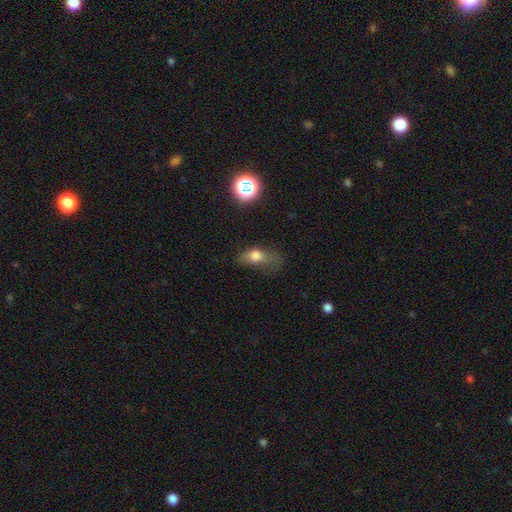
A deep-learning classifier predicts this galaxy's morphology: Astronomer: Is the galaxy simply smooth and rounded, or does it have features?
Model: smooth — 67%.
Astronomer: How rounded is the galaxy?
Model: in between — 70%.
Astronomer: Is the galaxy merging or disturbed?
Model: major disturbance — 35% (runner-up: none, 31%).